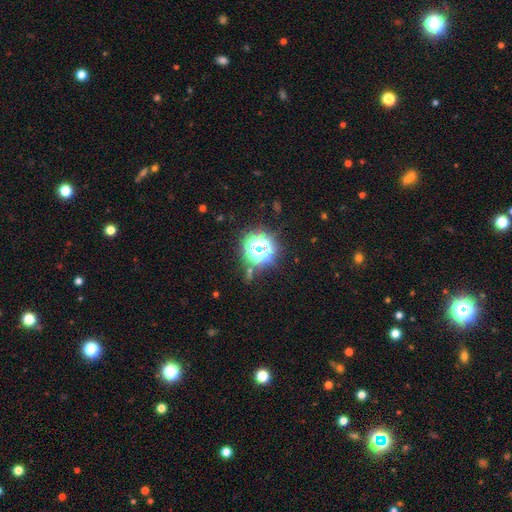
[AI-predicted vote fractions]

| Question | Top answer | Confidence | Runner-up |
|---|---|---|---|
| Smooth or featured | star or artifact | 75% | smooth (19%) |